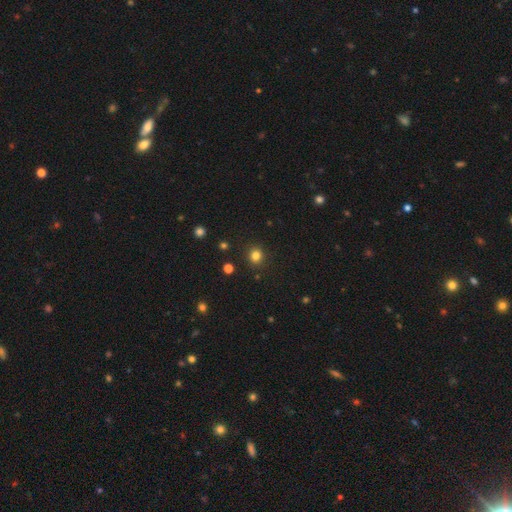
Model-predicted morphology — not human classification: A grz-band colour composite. It shows a smooth galaxy with no disk features (81%) that is round (86%). Merging: none (89%).